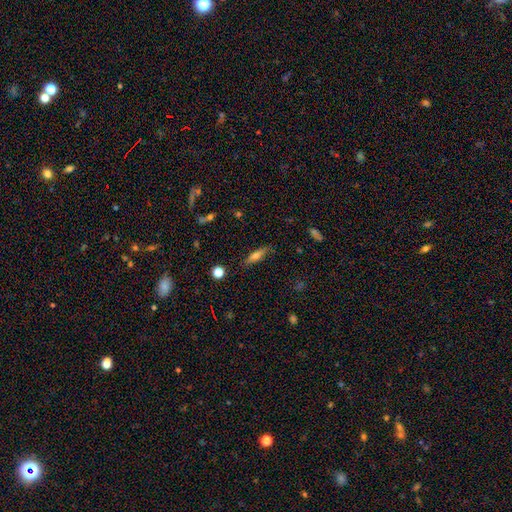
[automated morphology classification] Overall: smooth (65%; featured or disk 26%). How rounded: cigar-shaped (61%; in between 36%). Merging: none (81%).